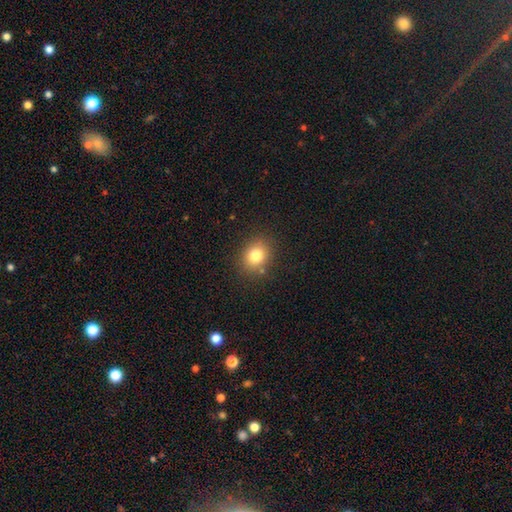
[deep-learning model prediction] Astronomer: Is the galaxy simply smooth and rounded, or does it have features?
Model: smooth — 80%.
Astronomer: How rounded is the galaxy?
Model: round — 66%.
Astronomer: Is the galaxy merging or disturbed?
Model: none — 84%.